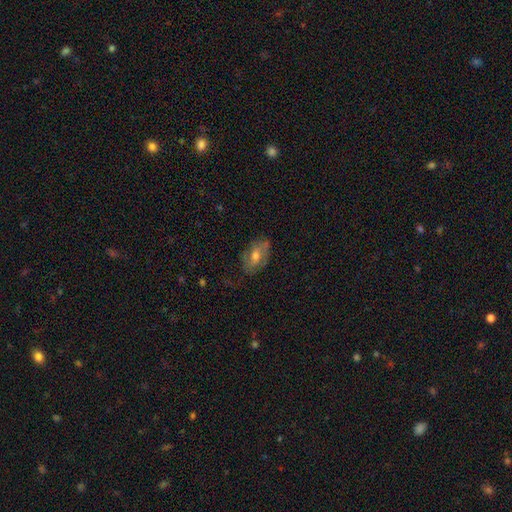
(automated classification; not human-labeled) A featured or disk galaxy (46%).

Vote fractions:
- Smooth or featured? featured or disk: 46% / smooth: 44% / star or artifact: 10%
- Merging? none: 69% / minor disturbance: 22% / major disturbance: 7% / merger: 2%